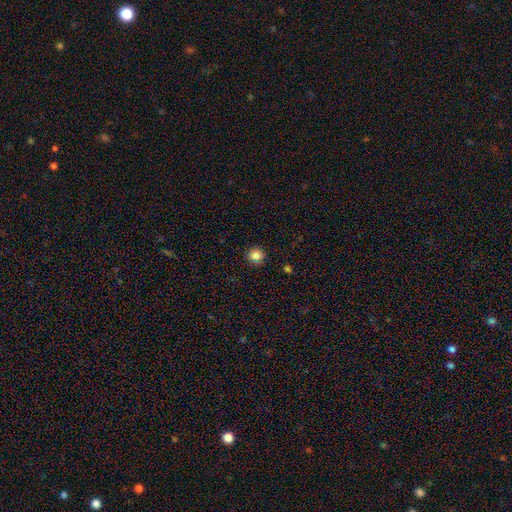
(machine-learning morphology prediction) Q: Smooth or featured?
A: smooth (83%); runner-up: star or artifact (13%)
Q: How rounded?
A: round (90%); runner-up: in between (9%)
Q: Merging?
A: none (87%); runner-up: minor disturbance (10%)